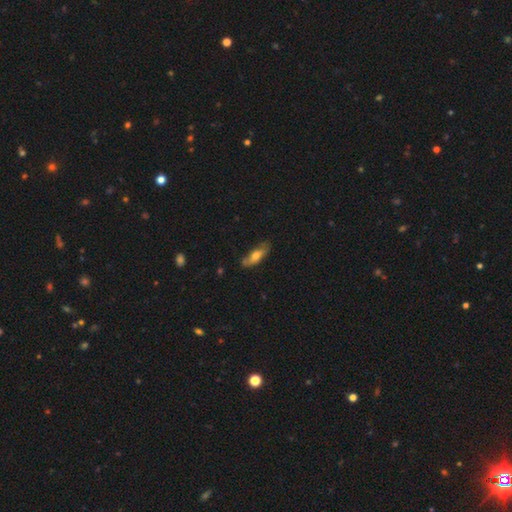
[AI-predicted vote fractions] This appears to be a smooth galaxy with no disk features (60%) that is in between round and cigar-shaped (61%). Merging: none (67%).